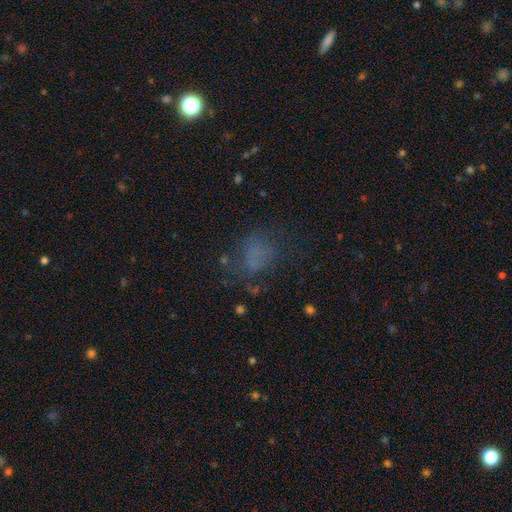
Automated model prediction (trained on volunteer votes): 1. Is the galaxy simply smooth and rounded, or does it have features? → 52% smooth, 26% star or artifact, 21% featured or disk.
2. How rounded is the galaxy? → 52% in between, 46% round, 2% cigar-shaped.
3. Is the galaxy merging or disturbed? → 55% none, 22% major disturbance, 20% minor disturbance, 3% merger.